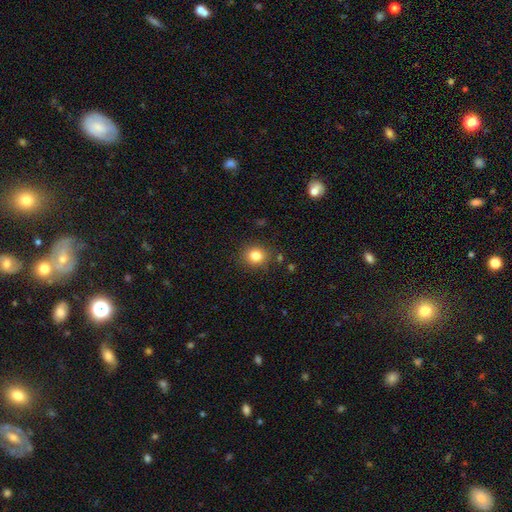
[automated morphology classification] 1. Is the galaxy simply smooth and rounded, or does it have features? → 83% smooth, 12% star or artifact, 6% featured or disk.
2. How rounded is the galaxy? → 78% round, 22% in between, 1% cigar-shaped.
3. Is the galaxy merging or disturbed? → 87% none, 8% minor disturbance, 3% major disturbance, 2% merger.